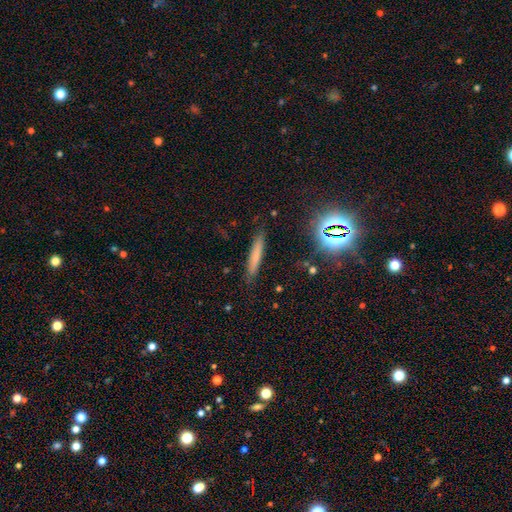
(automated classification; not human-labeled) Smooth or featured? smooth (66%)
How rounded? cigar-shaped (92%)
Merging? none (86%)